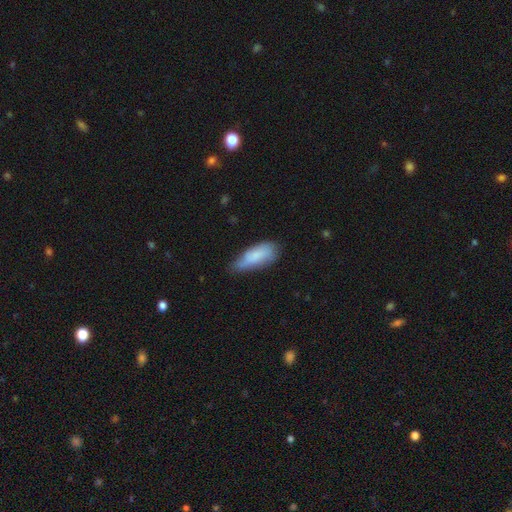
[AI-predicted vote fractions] smooth 75%, featured or disk 18%, star or artifact 7%. Down the decision tree: how rounded — in between (75%); merging — none (47%).